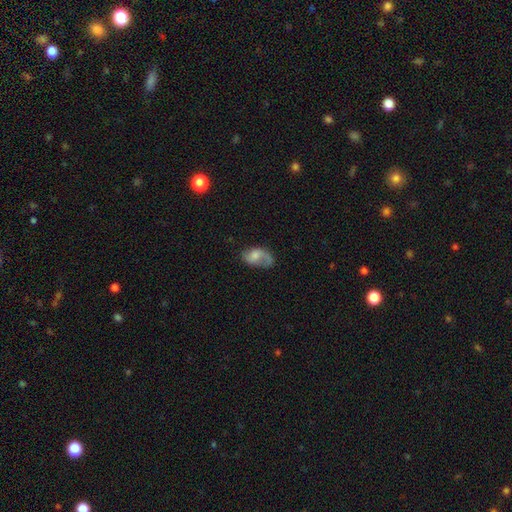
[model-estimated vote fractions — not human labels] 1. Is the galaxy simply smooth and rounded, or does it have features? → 48% featured or disk, 44% smooth, 8% star or artifact.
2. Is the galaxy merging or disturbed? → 42% none, 27% minor disturbance, 27% major disturbance, 4% merger.